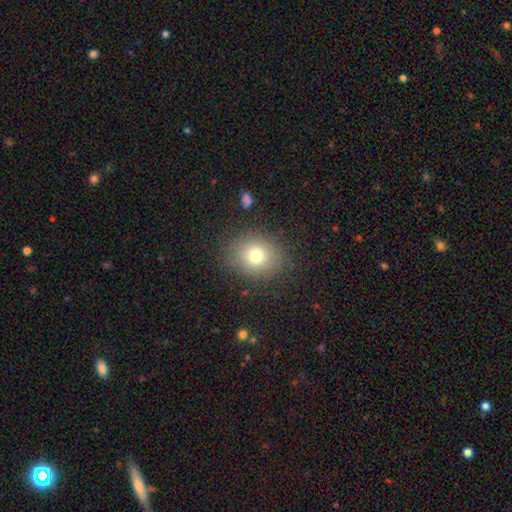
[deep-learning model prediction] Smooth or featured?
  - smooth: 75% *
  - star or artifact: 13%
  - featured or disk: 12%
How rounded?
  - round: 73% *
  - in between: 27%
  - cigar-shaped: 1%
Merging?
  - none: 84% *
  - minor disturbance: 10%
  - major disturbance: 5%
  - merger: 1%